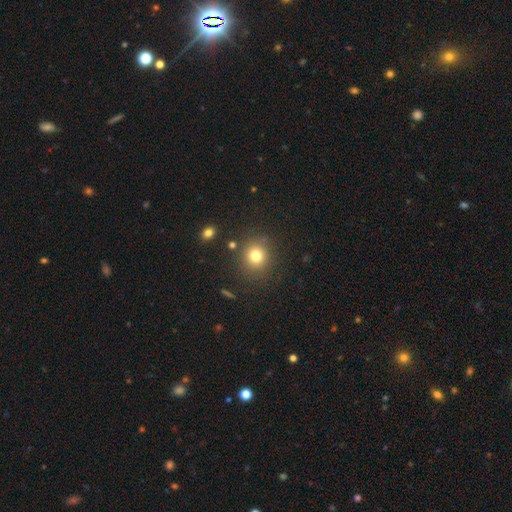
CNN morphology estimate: A smooth galaxy with no disk features (78%) that is round (88%). Merging: none (85%).